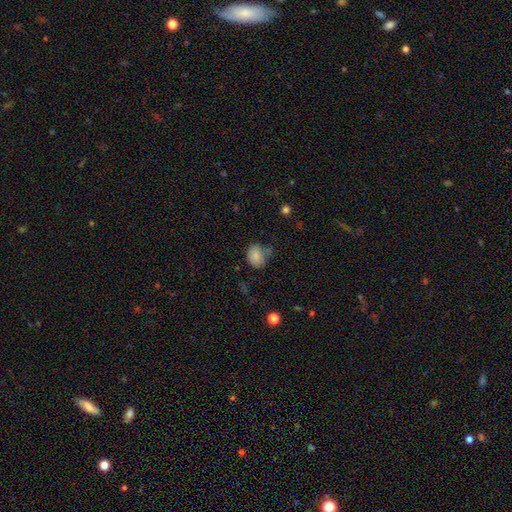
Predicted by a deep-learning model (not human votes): smooth-or-featured: smooth: 84% | star or artifact: 9% | featured or disk: 7%
  how-rounded: in between: 55% | round: 44% | cigar-shaped: 1%
  merging: none: 59% | minor disturbance: 26% | major disturbance: 7% | merger: 7%